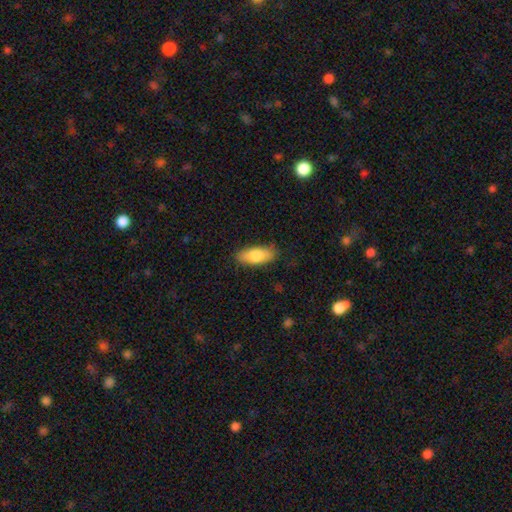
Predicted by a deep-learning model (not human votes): Morphology: type=smooth (79%); roundness=in between (80%); merging=none (84%).